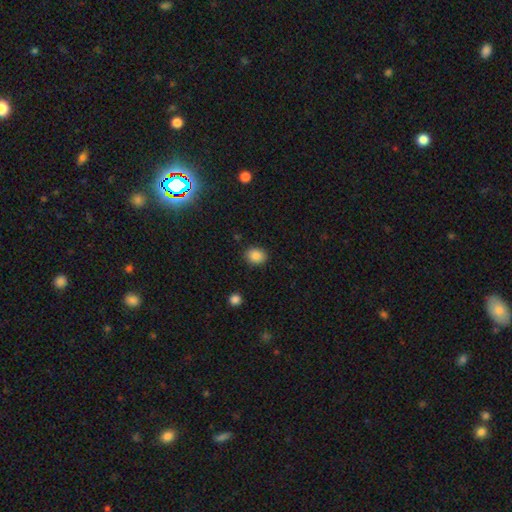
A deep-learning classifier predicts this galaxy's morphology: This is clearly a smooth galaxy (86%). How rounded: possibly round (52%). Merging: clearly none (88%).